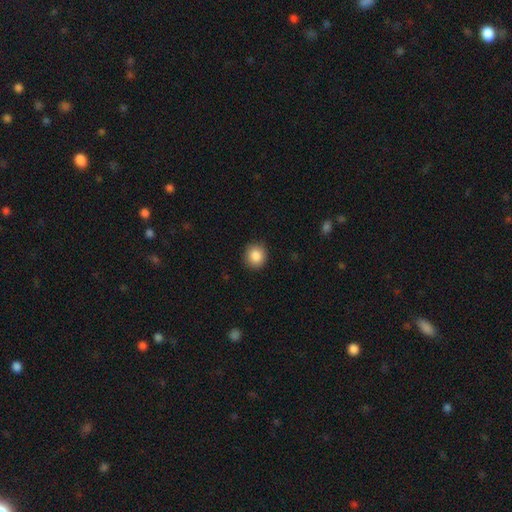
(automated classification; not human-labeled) The model was most divided on "how rounded": round: 87%, in between: 12%, cigar-shaped: 1%. More confident: merging — none (90%); smooth or featured — smooth (87%).